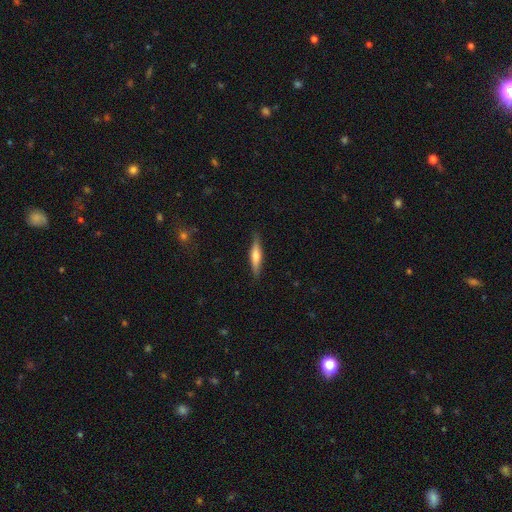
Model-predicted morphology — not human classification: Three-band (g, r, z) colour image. It shows a smooth galaxy with no disk features (52%) that is cigar-shaped (82%). Merging: none (87%).